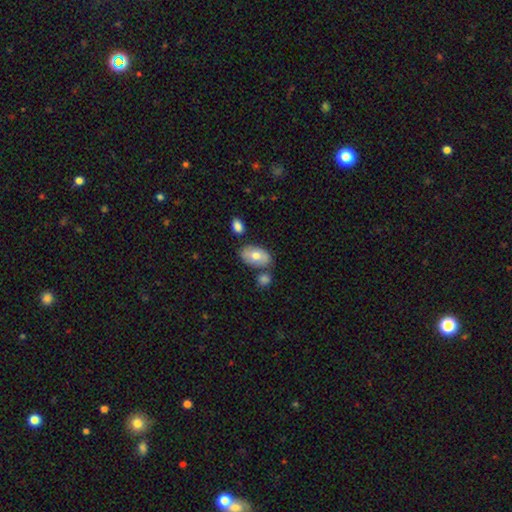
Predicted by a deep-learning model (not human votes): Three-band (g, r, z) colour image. It shows a smooth galaxy with no disk features (67%) that is in between round and cigar-shaped (92%). Merging: none (67%).